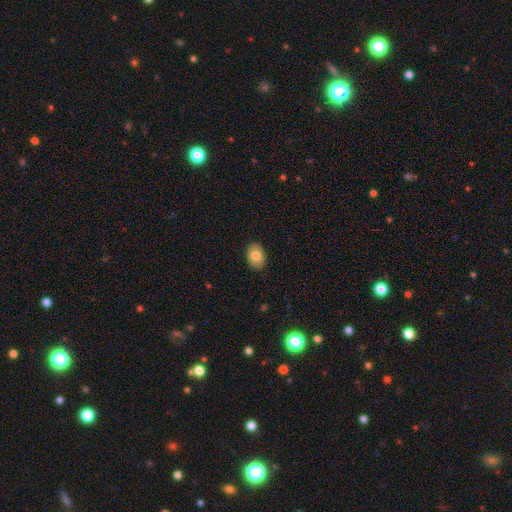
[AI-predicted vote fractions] smooth 79%, featured or disk 13%, star or artifact 7%. Down the decision tree: how rounded — in between (80%); merging — none (89%).